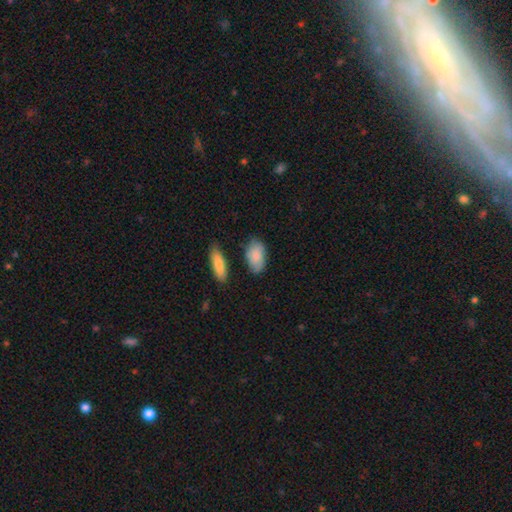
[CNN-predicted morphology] The model was most divided on "merging": none: 74%, minor disturbance: 17%, merger: 5%, major disturbance: 4%. More confident: how rounded — in between (92%); smooth or featured — smooth (84%).